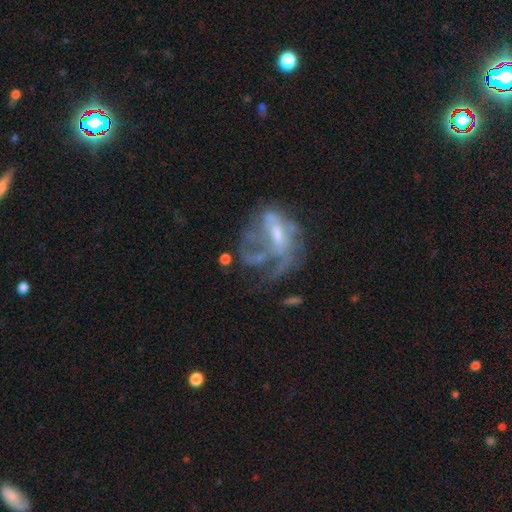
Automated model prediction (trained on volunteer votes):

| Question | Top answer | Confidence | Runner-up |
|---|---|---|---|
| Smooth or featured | featured or disk | 71% | smooth (16%) |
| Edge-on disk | no | 96% | yes (4%) |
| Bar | no | 46% | weak (38%) |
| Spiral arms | yes | 54% | no (46%) |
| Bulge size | small | 40% | moderate (36%) |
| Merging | major disturbance | 44% | none (31%) |